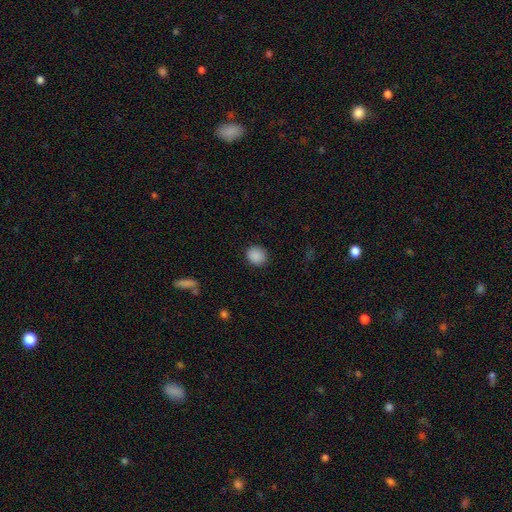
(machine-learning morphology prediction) Smooth or featured?
  - smooth: 88% *
  - star or artifact: 9%
  - featured or disk: 3%
How rounded?
  - round: 82% *
  - in between: 17%
  - cigar-shaped: 1%
Merging?
  - none: 90% *
  - minor disturbance: 7%
  - major disturbance: 2%
  - merger: 1%